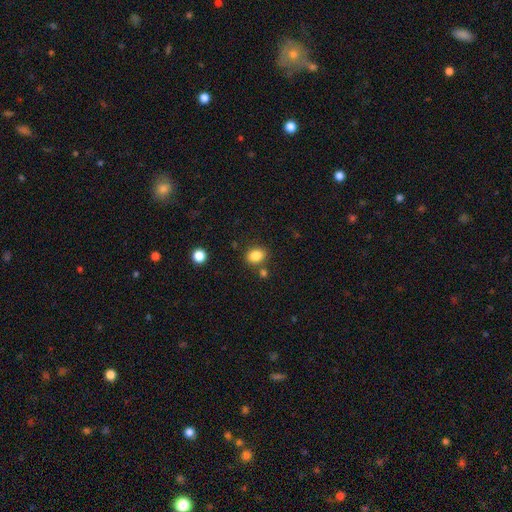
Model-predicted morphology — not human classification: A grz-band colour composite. It shows a smooth galaxy with no disk features (84%) that is in between round and cigar-shaped (57%). Merging: none (78%).